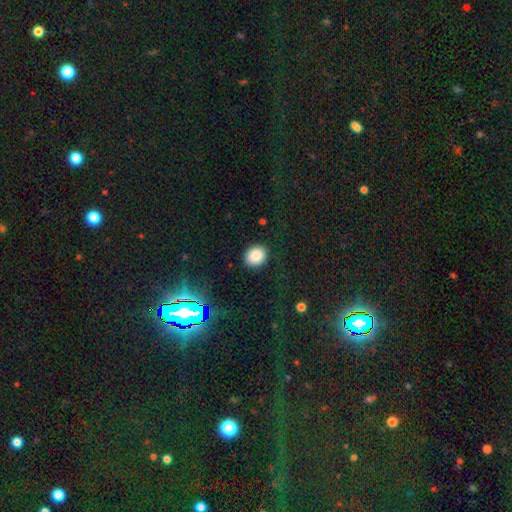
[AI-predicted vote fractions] A smooth galaxy with no disk features (85%) that is round (65%). Merging: none (89%).